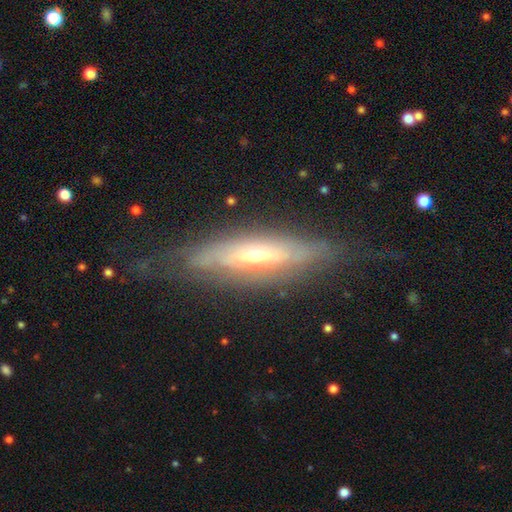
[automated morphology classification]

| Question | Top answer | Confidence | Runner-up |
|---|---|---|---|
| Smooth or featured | featured or disk | 73% | smooth (21%) |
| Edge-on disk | yes | 61% | no (39%) |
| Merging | none | 70% | minor disturbance (20%) |